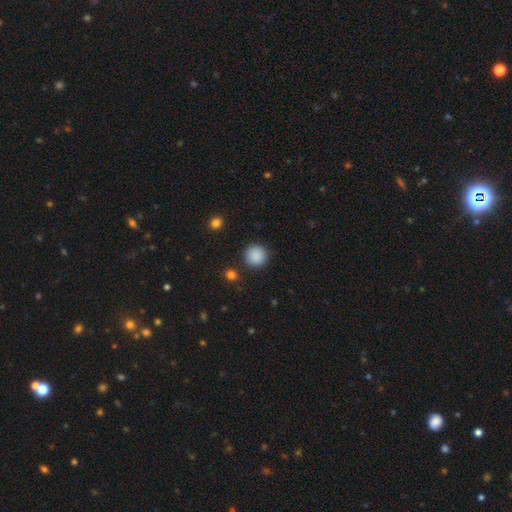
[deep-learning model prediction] This is clearly a smooth galaxy (88%). How rounded: clearly round (94%). Merging: clearly none (89%).